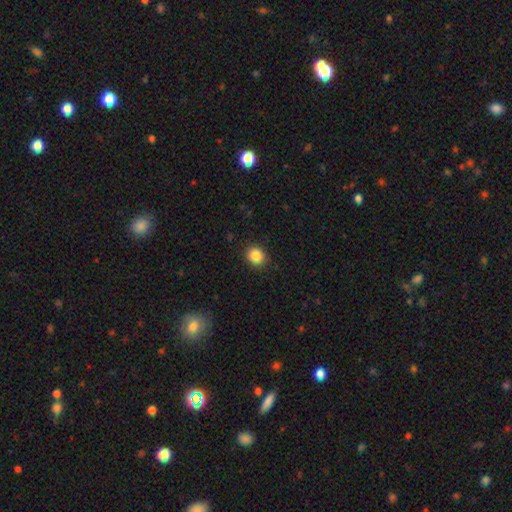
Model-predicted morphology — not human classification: The model was most divided on "how rounded": round: 74%, in between: 25%, cigar-shaped: 1%. More confident: merging — none (90%); smooth or featured — smooth (86%).